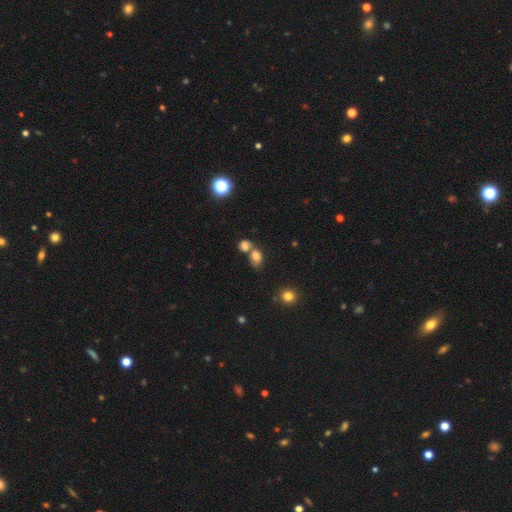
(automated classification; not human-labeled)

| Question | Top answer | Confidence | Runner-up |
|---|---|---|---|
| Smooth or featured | smooth | 78% | star or artifact (13%) |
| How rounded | in between | 68% | round (30%) |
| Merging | merger | 47% | none (38%) |